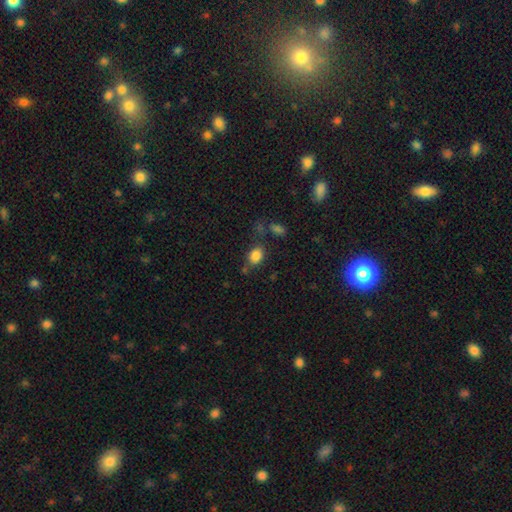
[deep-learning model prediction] smooth-or-featured: smooth: 84% | star or artifact: 10% | featured or disk: 6%
  how-rounded: in between: 65% | round: 34% | cigar-shaped: 1%
  merging: none: 69% | minor disturbance: 15% | merger: 10% | major disturbance: 6%